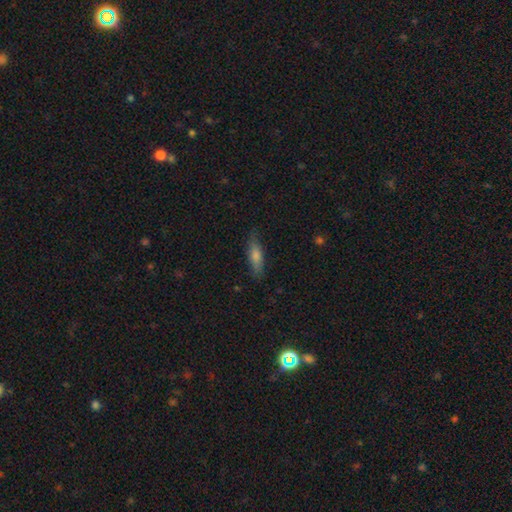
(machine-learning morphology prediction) A smooth galaxy with no disk features (61%) that is cigar-shaped (63%). Merging: none (80%).